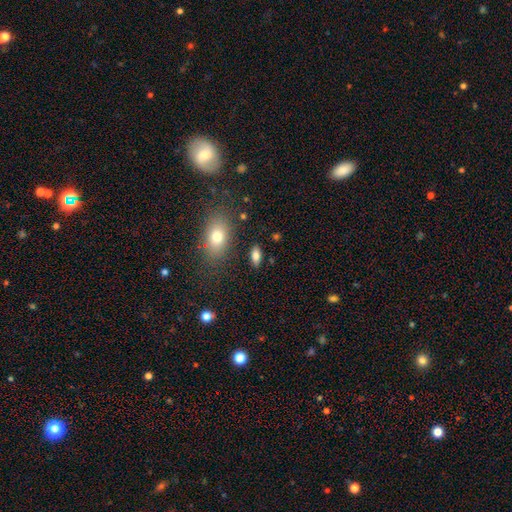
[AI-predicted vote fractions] Smooth or featured?
  - smooth: 80% *
  - featured or disk: 11%
  - star or artifact: 9%
How rounded?
  - in between: 86% *
  - cigar-shaped: 9%
  - round: 5%
Merging?
  - none: 85% *
  - minor disturbance: 9%
  - major disturbance: 3%
  - merger: 3%